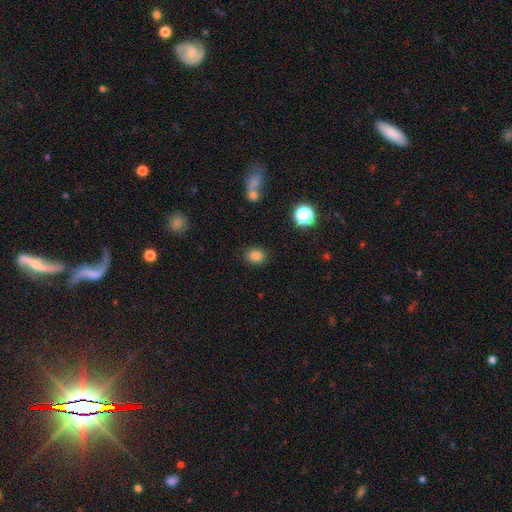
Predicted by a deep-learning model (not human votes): The model was most divided on "how rounded": in between: 50%, round: 49%, cigar-shaped: 1%. More confident: merging — none (86%); smooth or featured — smooth (82%).